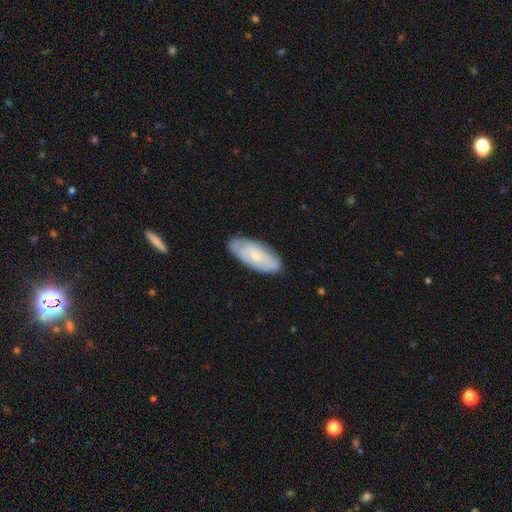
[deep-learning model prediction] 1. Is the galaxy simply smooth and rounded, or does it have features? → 56% smooth, 37% featured or disk, 6% star or artifact.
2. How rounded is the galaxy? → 84% in between, 14% cigar-shaped, 2% round.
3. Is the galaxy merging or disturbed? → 80% none, 16% minor disturbance, 3% major disturbance, 1% merger.